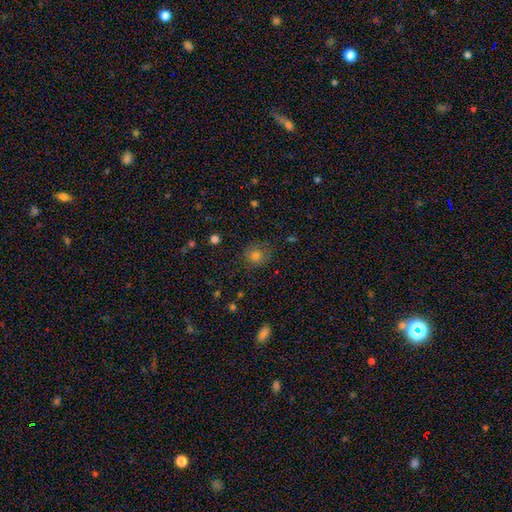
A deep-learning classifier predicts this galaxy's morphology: A smooth galaxy with no disk features (71%) that is round (86%). Merging: none (80%).